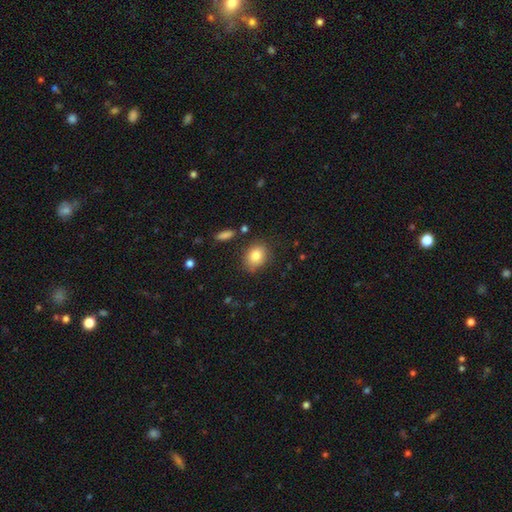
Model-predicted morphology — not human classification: This appears to be a smooth galaxy with no disk features (82%) that is in between round and cigar-shaped (54%). Merging: none (78%).